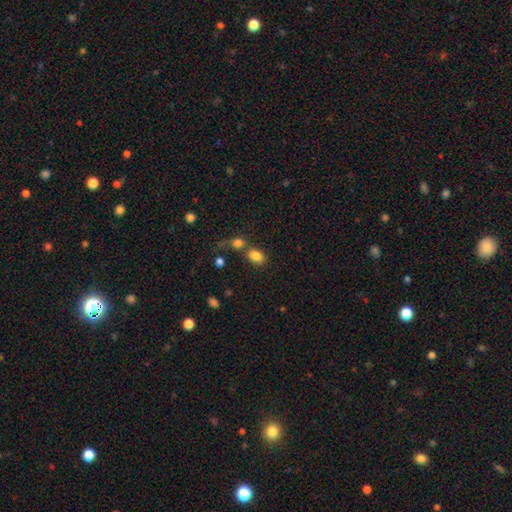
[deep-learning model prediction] A smooth galaxy with no disk features (84%) that is in between round and cigar-shaped (71%).

Vote fractions:
- Smooth or featured? smooth: 84% / star or artifact: 10% / featured or disk: 6%
- How rounded? in between: 71% / round: 28% / cigar-shaped: 1%
- Merging? none: 55% / merger: 29% / minor disturbance: 11% / major disturbance: 5%